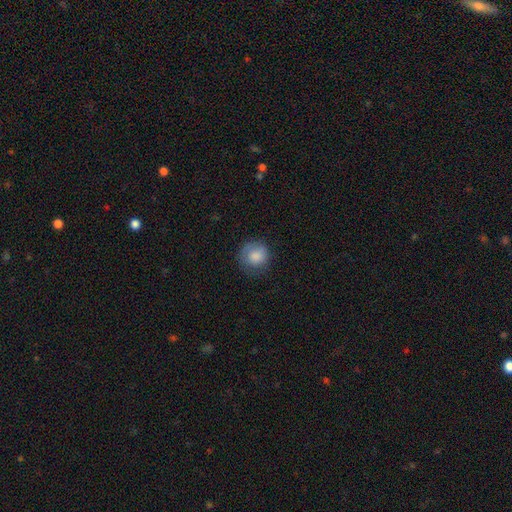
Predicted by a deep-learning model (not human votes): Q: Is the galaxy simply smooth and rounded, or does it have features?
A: smooth — 83%.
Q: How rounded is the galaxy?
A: round — 88%.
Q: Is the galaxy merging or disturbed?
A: none — 70%.